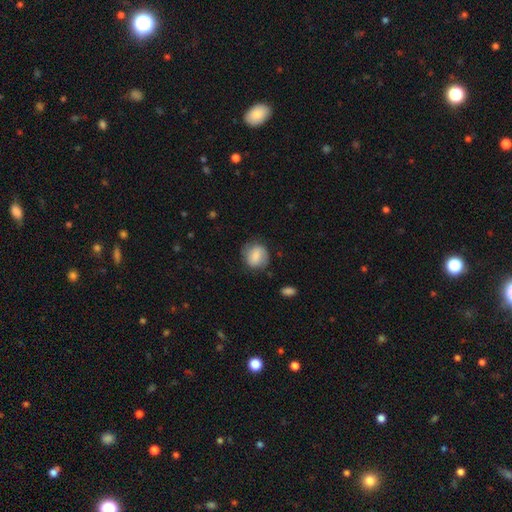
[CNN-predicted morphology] smooth 73%, featured or disk 20%, star or artifact 7%. Down the decision tree: how rounded — round (72%); merging — none (73%).